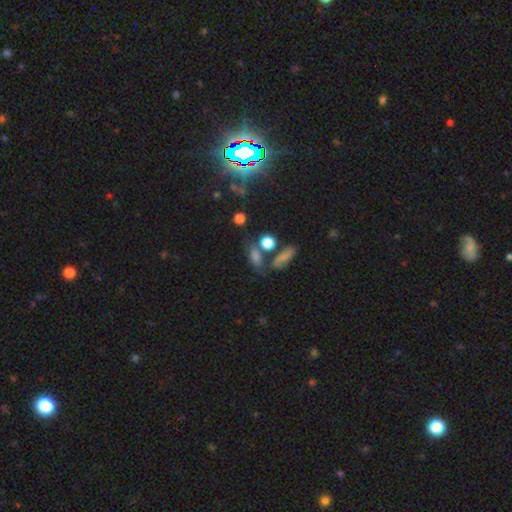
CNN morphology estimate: This appears to be a smooth galaxy with no disk features (61%) that is in between round and cigar-shaped (57%). Merging: none (57%).